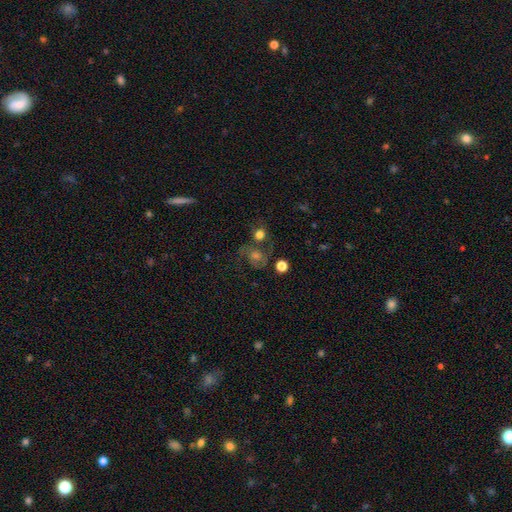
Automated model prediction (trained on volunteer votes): Morphology: type=featured or disk (62%); edge-on=no (97%); bar=no (74%); spiral arms=yes (88%); winding=medium (52%); arm count=2 (82%); bulge=moderate (57%); merging=none (60%).